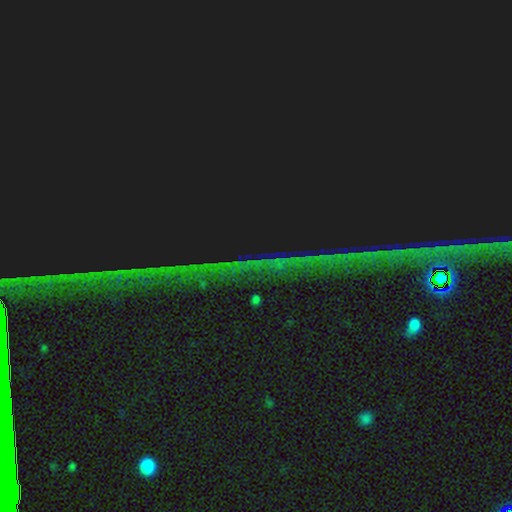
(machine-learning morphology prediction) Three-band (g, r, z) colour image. It shows a star or artifact, not a galaxy (84%).